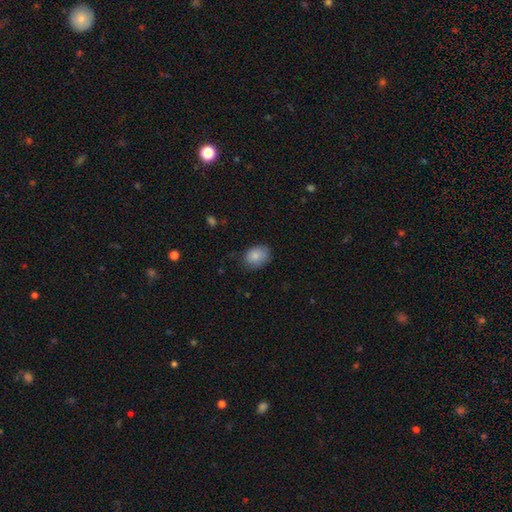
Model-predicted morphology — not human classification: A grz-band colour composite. It shows a smooth galaxy with no disk features (85%) that is in between round and cigar-shaped (62%). Merging: none (75%).